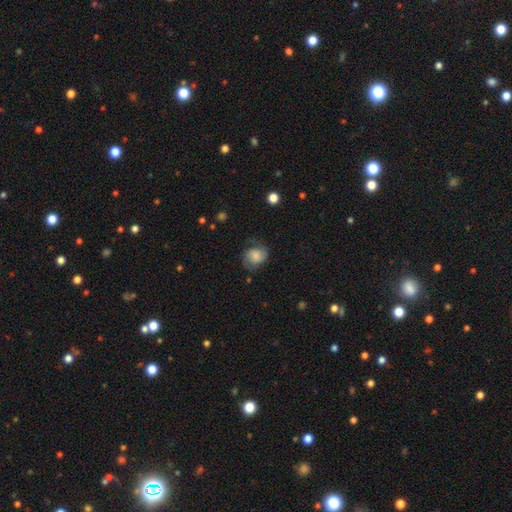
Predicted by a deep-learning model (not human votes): Overall: smooth (59%; featured or disk 32%). How rounded: round (55%; in between 44%). Merging: none (60%; minor disturbance 26%).